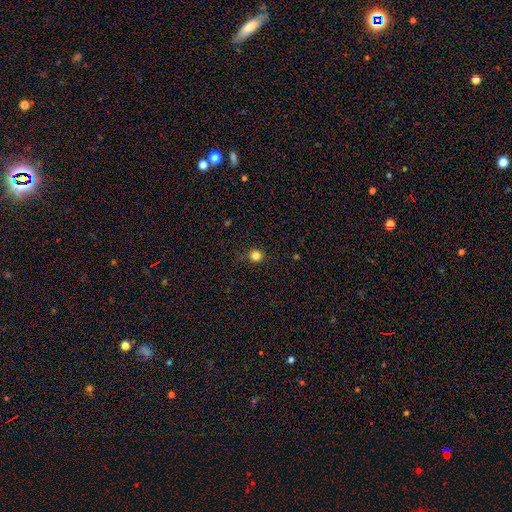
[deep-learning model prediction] Smooth or featured: smooth — 82% (star or artifact — 14%)
How rounded: round — 91% (in between — 8%)
Merging: none — 89% (minor disturbance — 8%)